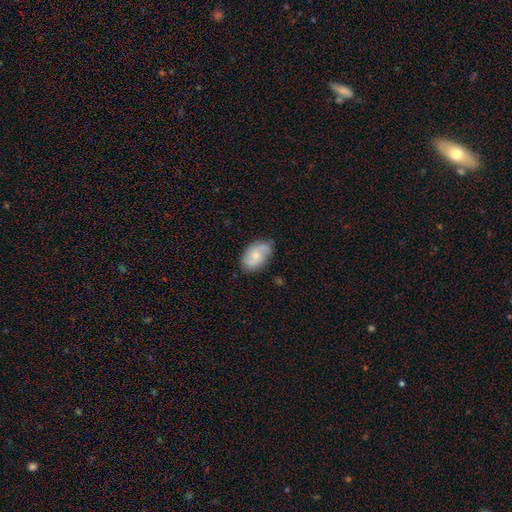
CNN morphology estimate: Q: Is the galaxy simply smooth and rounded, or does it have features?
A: featured or disk — 50%.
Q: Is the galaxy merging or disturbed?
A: none — 73%.